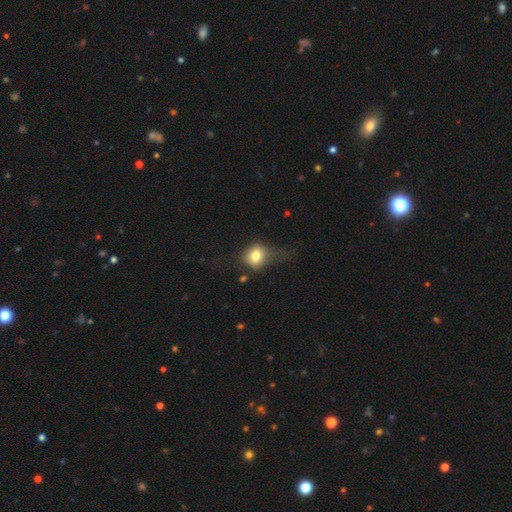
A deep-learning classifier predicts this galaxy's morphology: Smooth or featured? smooth (74%)
How rounded? round (66%)
Merging? none (42%)